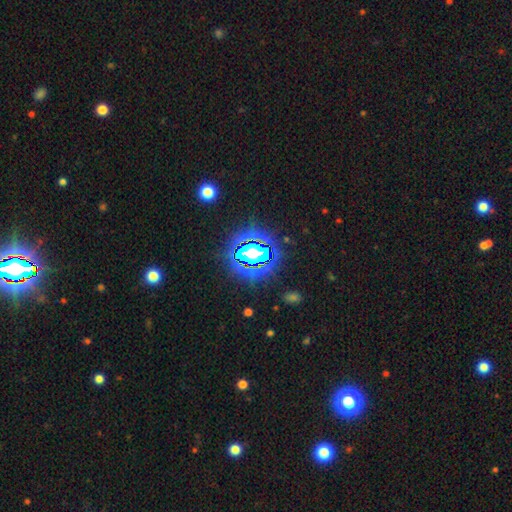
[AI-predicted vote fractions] Morphology: type=star or artifact (75%).